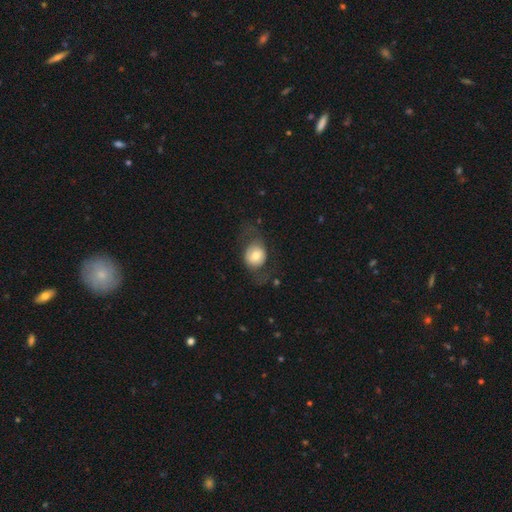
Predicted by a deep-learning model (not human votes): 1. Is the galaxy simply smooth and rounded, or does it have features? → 58% smooth, 35% featured or disk, 7% star or artifact.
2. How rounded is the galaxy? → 67% round, 31% in between, 1% cigar-shaped.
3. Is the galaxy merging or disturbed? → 55% none, 25% major disturbance, 18% minor disturbance, 2% merger.